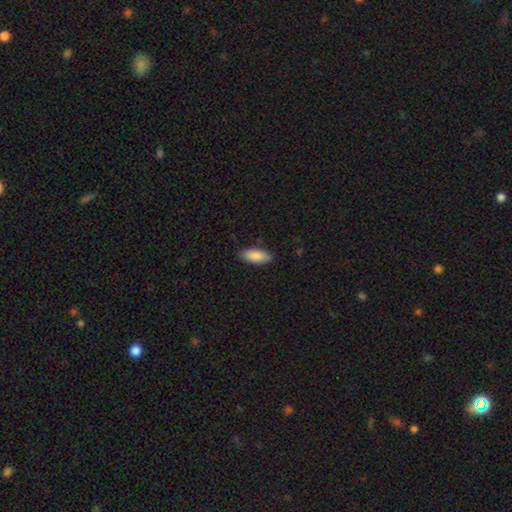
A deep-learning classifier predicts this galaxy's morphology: smooth-or-featured: smooth: 88% | featured or disk: 6% | star or artifact: 6%
  how-rounded: in between: 82% | cigar-shaped: 16% | round: 2%
  merging: none: 86% | minor disturbance: 10% | major disturbance: 2% | merger: 1%